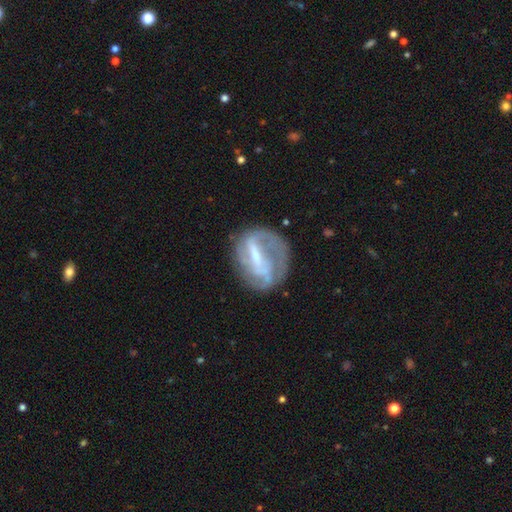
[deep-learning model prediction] This is likely a featured or disk galaxy (77%). It is clearly not viewed edge-on (95%). Bar: possibly strong (53%). Spiral arm pattern: likely yes (77%). Spiral arm count: marginally 2 (43%). Spiral winding: marginally tight (38%). Central bulge: likely small (63%). Merging: possibly none (58%).